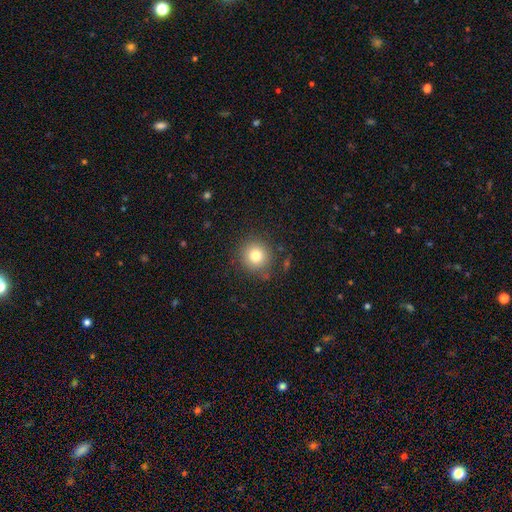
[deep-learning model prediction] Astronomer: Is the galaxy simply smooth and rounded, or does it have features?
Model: smooth — 79%.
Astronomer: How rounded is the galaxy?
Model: round — 93%.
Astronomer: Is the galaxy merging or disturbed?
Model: none — 85%.